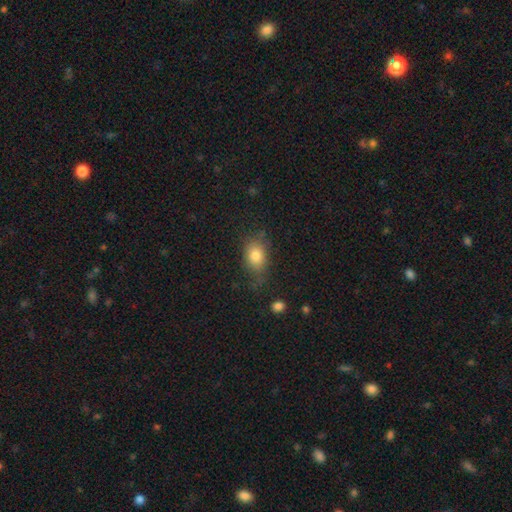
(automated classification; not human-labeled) A smooth galaxy with no disk features (81%) that is in between round and cigar-shaped (73%).

Vote fractions:
- Smooth or featured? smooth: 81% / star or artifact: 10% / featured or disk: 9%
- How rounded? in between: 73% / round: 25% / cigar-shaped: 2%
- Merging? none: 67% / minor disturbance: 22% / major disturbance: 8% / merger: 3%